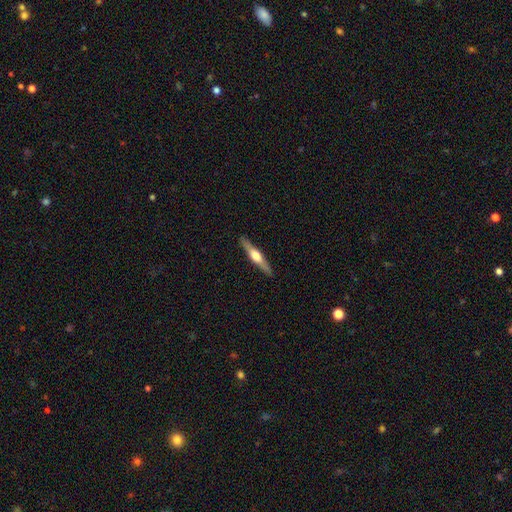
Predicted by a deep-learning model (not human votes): Morphology: type=featured or disk (59%); edge-on=yes (96%); edge-on bulge=rounded (90%); merging=none (90%).